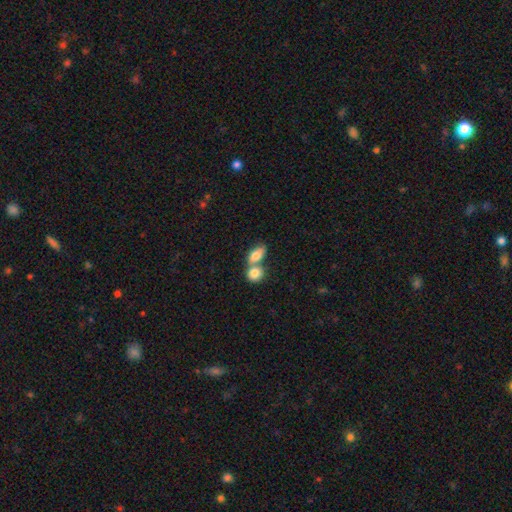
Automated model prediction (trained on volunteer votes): Smooth or featured: smooth — 81% (featured or disk — 12%)
How rounded: in between — 81% (round — 14%)
Merging: merger — 61% (none — 28%)